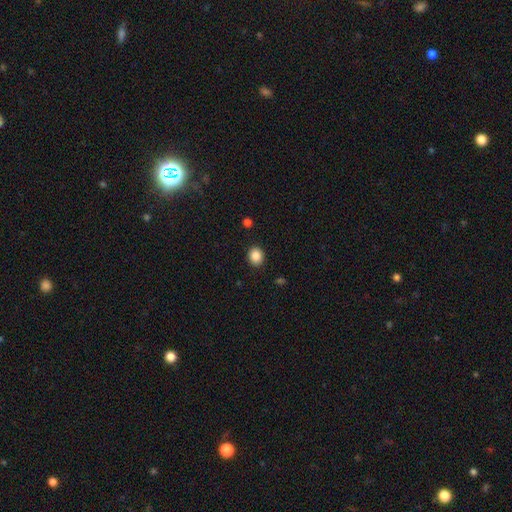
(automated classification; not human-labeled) Overall: smooth (87%). How rounded: round (64%; in between 35%). Merging: none (90%).